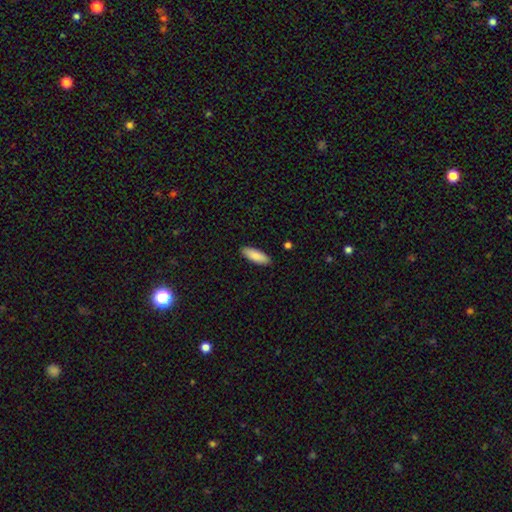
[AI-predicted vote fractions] smooth 88%, featured or disk 7%, star or artifact 6%. Down the decision tree: how rounded — in between (64%); merging — none (90%).